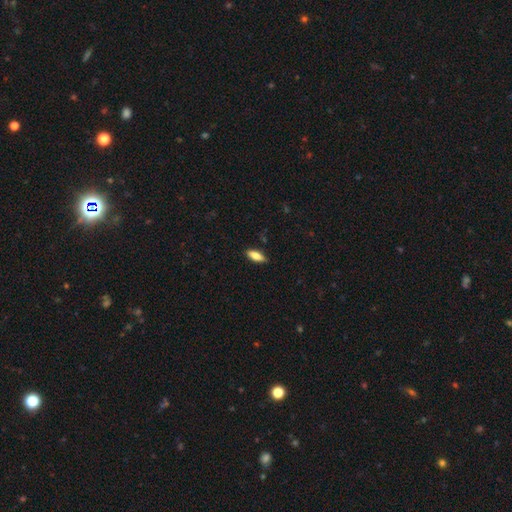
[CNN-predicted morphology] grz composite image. It shows a smooth galaxy with no disk features (76%) that is in between round and cigar-shaped (71%). Merging: none (84%).